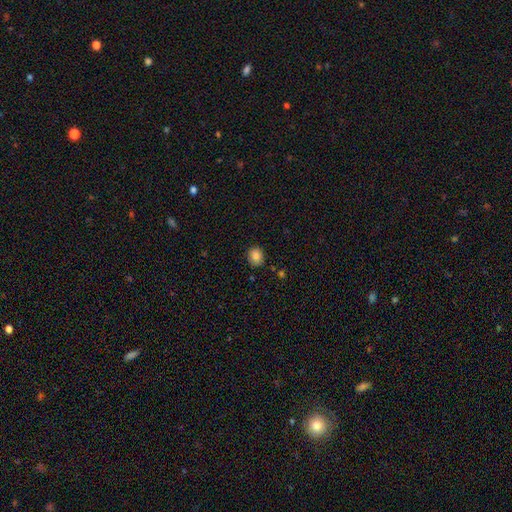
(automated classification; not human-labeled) smooth 84%, star or artifact 10%, featured or disk 7%. Down the decision tree: how rounded — round (75%); merging — none (87%).